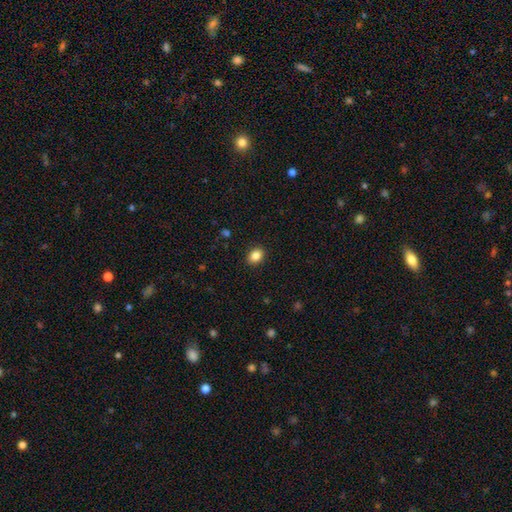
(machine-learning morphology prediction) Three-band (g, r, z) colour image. It shows a smooth galaxy with no disk features (86%) that is in between round and cigar-shaped (58%). Merging: none (90%).